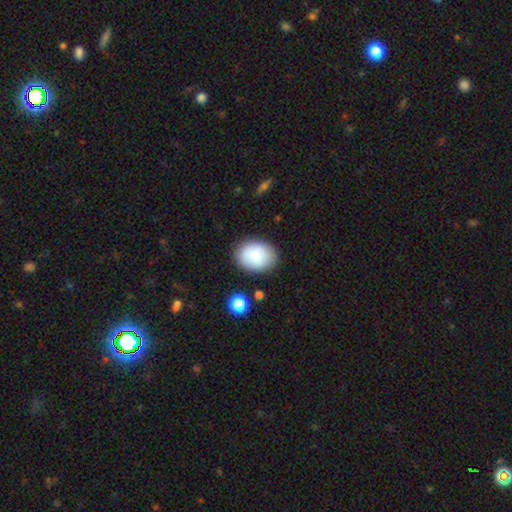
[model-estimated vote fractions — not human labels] smooth_or_featured: smooth (p=0.84) [alt: featured or disk p=0.09]
how_rounded: in between (p=0.67) [alt: round p=0.32]
merging: none (p=0.83) [alt: minor disturbance p=0.12]